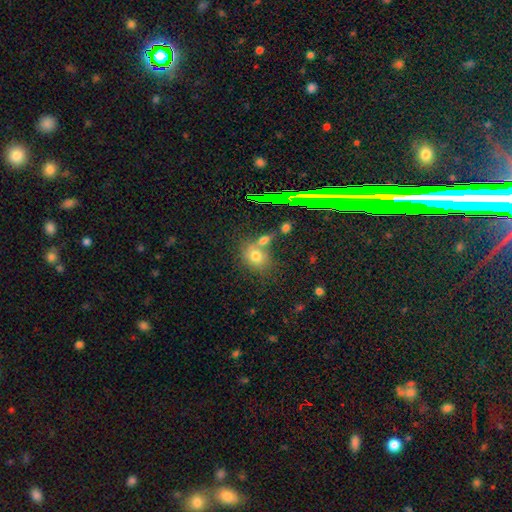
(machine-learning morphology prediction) type=smooth (69%); roundness=round (56%); merging=none (50%).